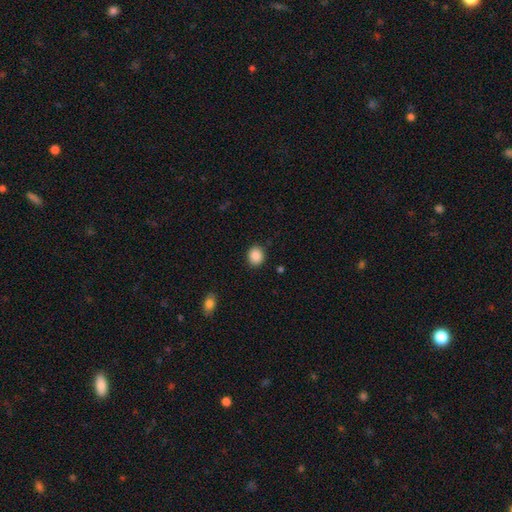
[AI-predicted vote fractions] Smooth or featured: smooth — 88% (star or artifact — 9%)
How rounded: round — 71% (in between — 28%)
Merging: none — 89% (minor disturbance — 8%)